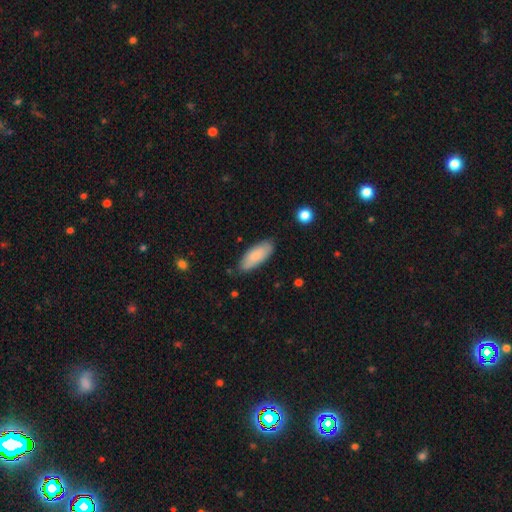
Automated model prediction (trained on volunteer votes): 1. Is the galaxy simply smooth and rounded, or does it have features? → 85% smooth, 10% featured or disk, 6% star or artifact.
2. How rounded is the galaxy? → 76% in between, 23% cigar-shaped, 2% round.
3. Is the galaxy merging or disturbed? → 80% none, 16% minor disturbance, 3% major disturbance, 2% merger.